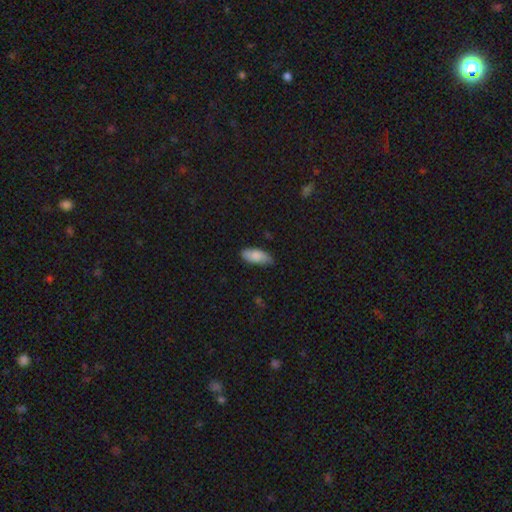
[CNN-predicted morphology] Smooth or featured?
  - smooth: 82% *
  - featured or disk: 12%
  - star or artifact: 6%
How rounded?
  - in between: 85% *
  - cigar-shaped: 13%
  - round: 2%
Merging?
  - none: 74% *
  - minor disturbance: 22%
  - major disturbance: 3%
  - merger: 1%